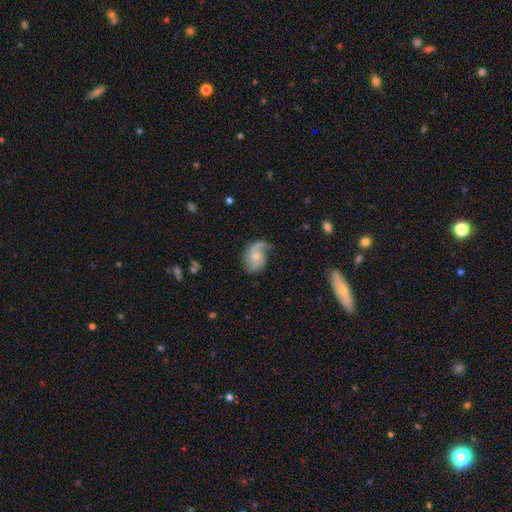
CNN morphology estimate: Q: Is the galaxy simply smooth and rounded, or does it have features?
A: featured or disk — 72%.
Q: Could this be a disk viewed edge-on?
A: no — 97%.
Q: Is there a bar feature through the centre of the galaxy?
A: no — 63%.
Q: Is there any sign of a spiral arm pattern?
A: yes — 93%.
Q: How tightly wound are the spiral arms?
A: medium — 42%.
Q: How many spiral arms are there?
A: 2 — 61%.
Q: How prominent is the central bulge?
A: small — 43%.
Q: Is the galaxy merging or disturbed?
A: none — 54%.